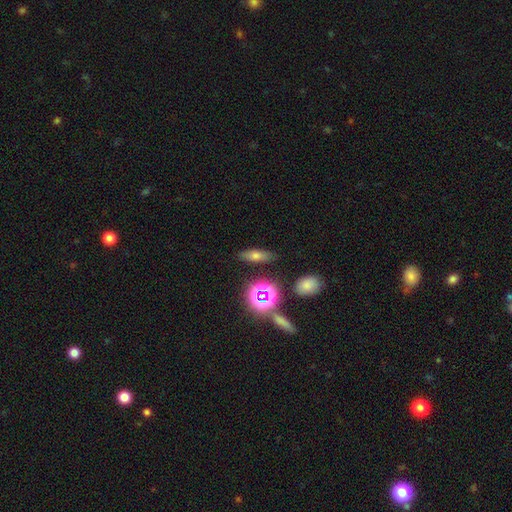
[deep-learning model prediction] Smooth or featured? smooth (56%)
How rounded? in between (49%)
Merging? none (84%)